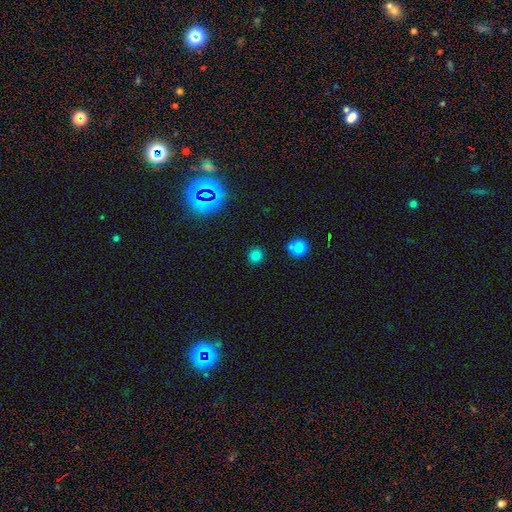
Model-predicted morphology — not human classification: A smooth galaxy with no disk features (79%) that is round (89%). Merging: none (88%).